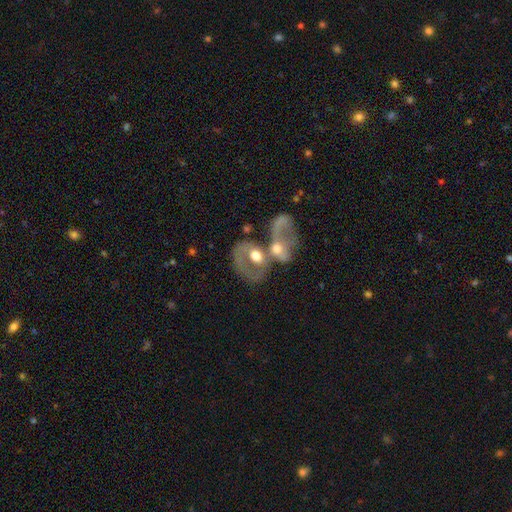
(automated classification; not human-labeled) Morphology: type=featured or disk (51%); edge-on=no (94%); merging=merger (63%).